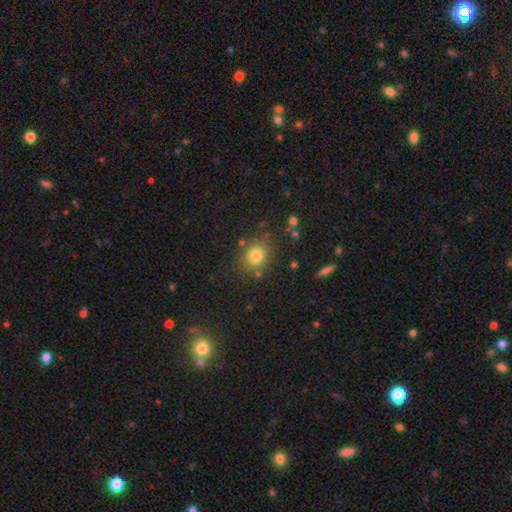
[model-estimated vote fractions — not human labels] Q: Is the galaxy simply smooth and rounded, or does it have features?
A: smooth — 79%.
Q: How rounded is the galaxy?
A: round — 62%.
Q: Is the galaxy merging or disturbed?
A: none — 79%.